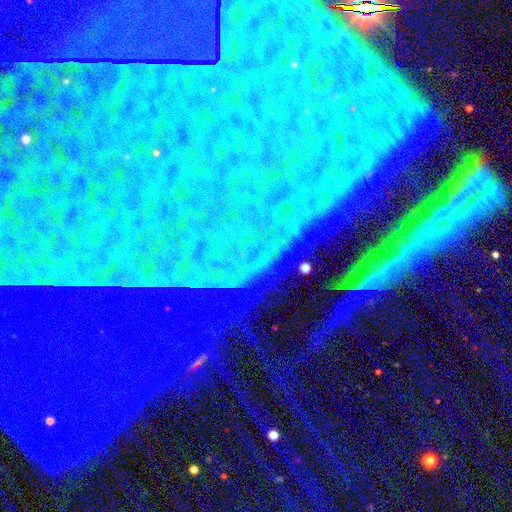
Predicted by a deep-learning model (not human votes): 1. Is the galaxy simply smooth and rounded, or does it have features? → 85% star or artifact, 9% featured or disk, 7% smooth.